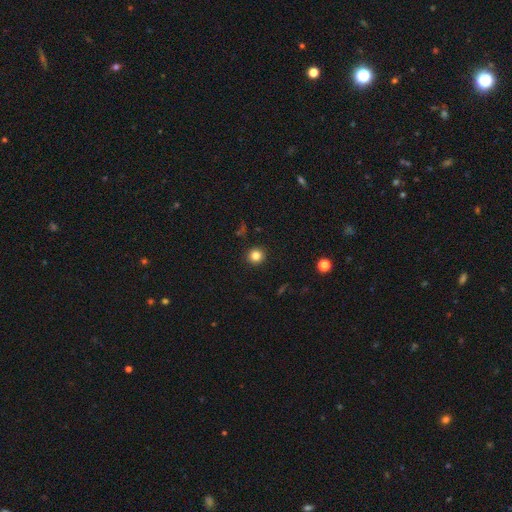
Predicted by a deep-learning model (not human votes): Q: Smooth or featured?
A: smooth (83%); runner-up: star or artifact (12%)
Q: How rounded?
A: round (93%); runner-up: in between (6%)
Q: Merging?
A: none (92%); runner-up: minor disturbance (5%)